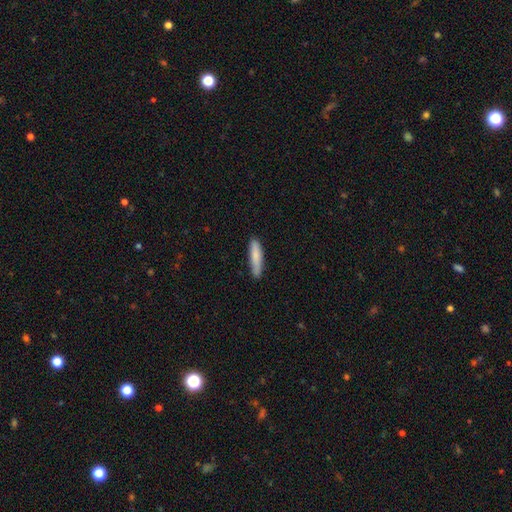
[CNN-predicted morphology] A smooth galaxy with no disk features (83%) that is cigar-shaped (83%). Merging: none (83%).